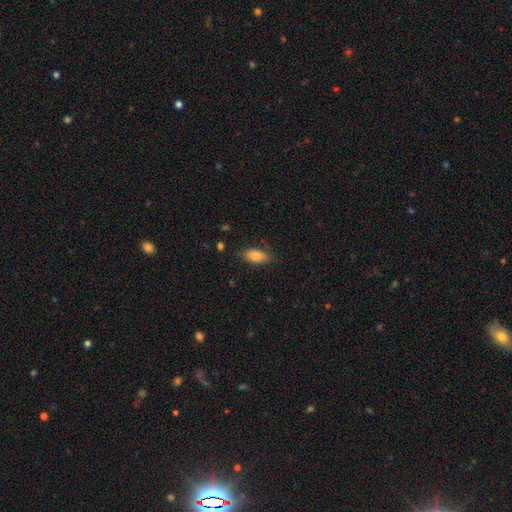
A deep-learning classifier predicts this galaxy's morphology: The model was most divided on "merging": none: 79%, minor disturbance: 16%, major disturbance: 4%, merger: 1%. More confident: how rounded — in between (87%); smooth or featured — smooth (83%).